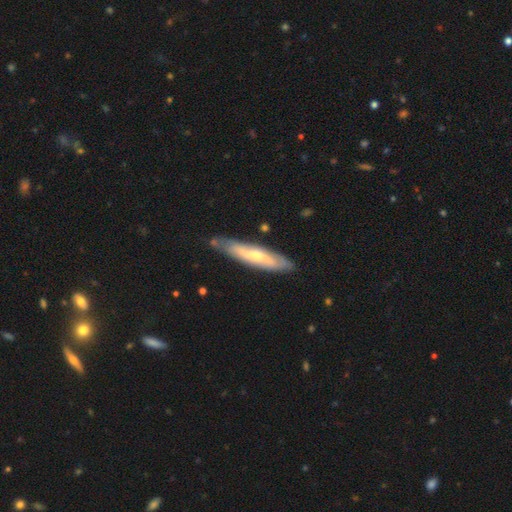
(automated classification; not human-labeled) Smooth or featured: featured or disk — 63% (smooth — 32%)
Edge-on disk: yes — 50% (tied with no — 50%)
Merging: none — 76% (minor disturbance — 18%)